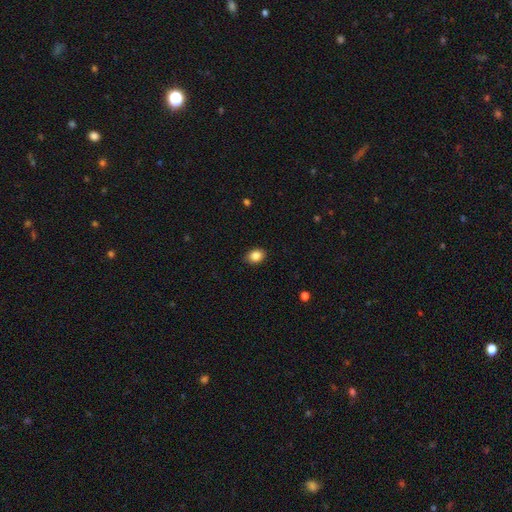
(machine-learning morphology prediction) A smooth galaxy with no disk features (86%) that is in between round and cigar-shaped (62%).

Vote fractions:
- Smooth or featured? smooth: 86% / star or artifact: 9% / featured or disk: 5%
- How rounded? in between: 62% / round: 37% / cigar-shaped: 1%
- Merging? none: 87% / minor disturbance: 10% / major disturbance: 2% / merger: 1%